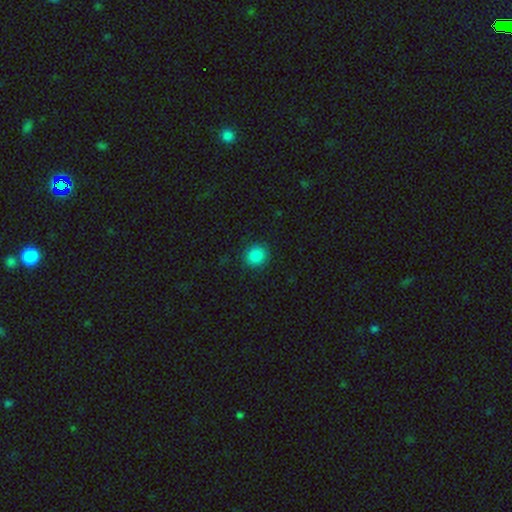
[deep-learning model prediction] Smooth or featured?
  - smooth: 87% *
  - star or artifact: 10%
  - featured or disk: 3%
How rounded?
  - round: 81% *
  - in between: 18%
  - cigar-shaped: 1%
Merging?
  - none: 89% *
  - minor disturbance: 8%
  - major disturbance: 2%
  - merger: 1%